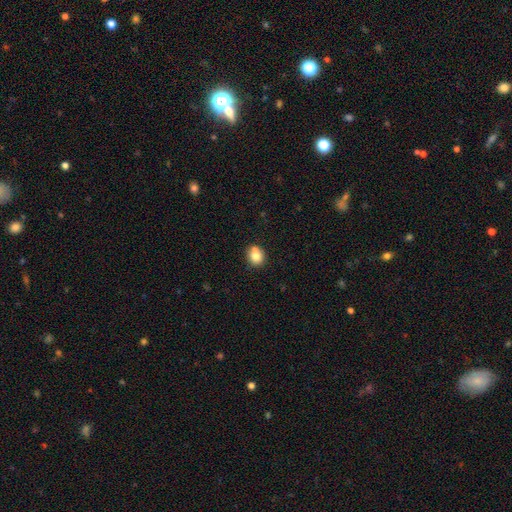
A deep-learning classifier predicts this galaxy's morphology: Smooth or featured? smooth (77%)
How rounded? round (69%)
Merging? none (62%)